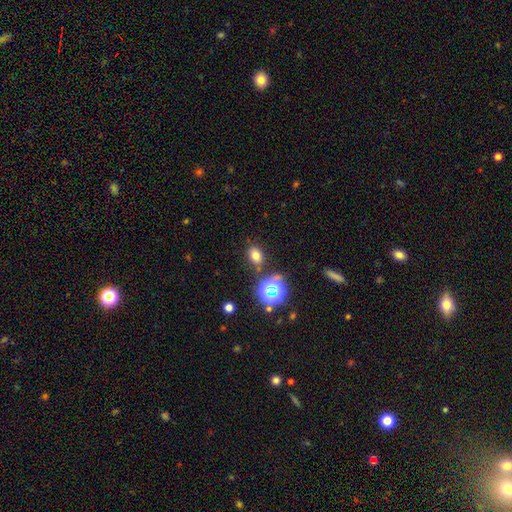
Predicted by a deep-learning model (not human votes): Smooth or featured: smooth — 68% (star or artifact — 23%)
How rounded: in between — 64% (round — 35%)
Merging: none — 80% (minor disturbance — 11%)